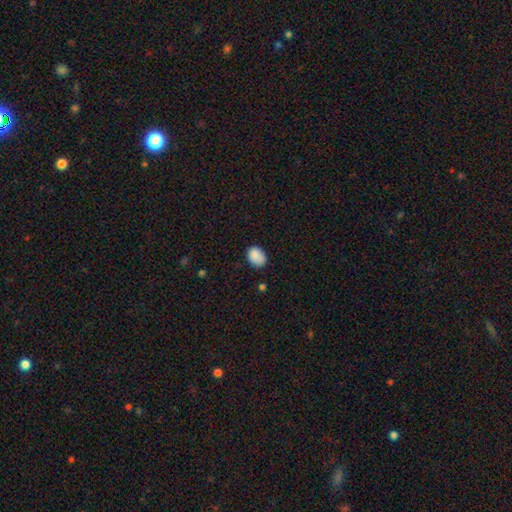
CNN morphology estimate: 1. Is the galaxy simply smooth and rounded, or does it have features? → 86% smooth, 9% star or artifact, 6% featured or disk.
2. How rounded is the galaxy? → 66% in between, 33% round, 1% cigar-shaped.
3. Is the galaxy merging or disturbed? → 70% none, 24% minor disturbance, 4% major disturbance, 2% merger.